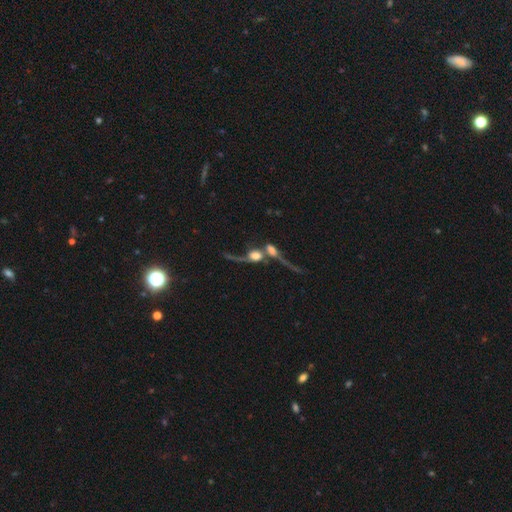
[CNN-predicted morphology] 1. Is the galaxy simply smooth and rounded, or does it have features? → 58% featured or disk, 31% smooth, 11% star or artifact.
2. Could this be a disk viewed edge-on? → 77% no, 23% yes.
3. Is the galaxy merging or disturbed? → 67% merger, 14% none, 13% major disturbance, 6% minor disturbance.